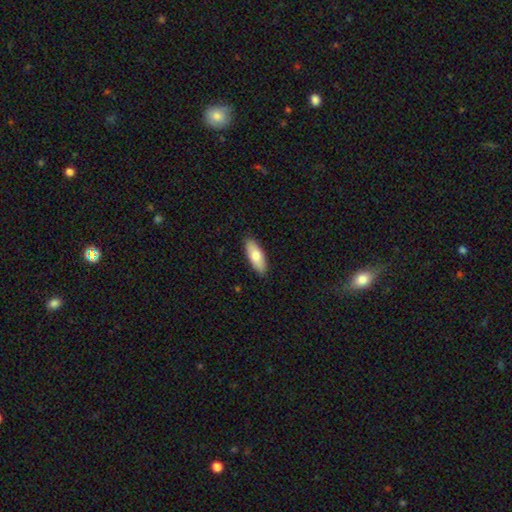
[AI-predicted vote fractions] smooth 77%, featured or disk 17%, star or artifact 6%. Down the decision tree: how rounded — in between (71%); merging — none (89%).